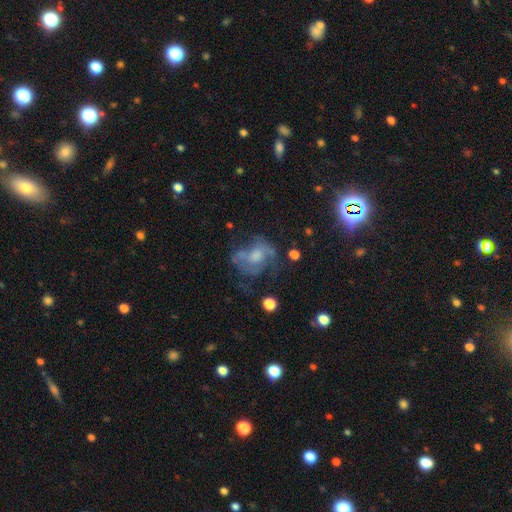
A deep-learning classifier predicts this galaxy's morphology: Smooth or featured: featured or disk — 58% (smooth — 27%)
Edge-on disk: no — 97% (yes — 3%)
Bar: no — 74% (weak — 22%)
Spiral arms: yes — 56% (no — 44%)
Bulge size: moderate — 46% (small — 26%)
Merging: none — 44% (major disturbance — 30%)